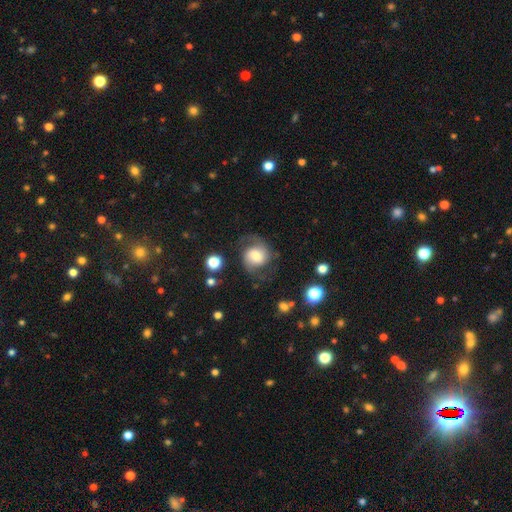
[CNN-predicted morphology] Smooth or featured?
  - featured or disk: 65% *
  - smooth: 27%
  - star or artifact: 8%
Edge-on disk?
  - no: 98% *
  - yes: 2%
Bar?
  - no: 53% *
  - weak: 38%
  - strong: 9%
Spiral arms?
  - yes: 92% *
  - no: 8%
Spiral winding?
  - medium: 49% *
  - loose: 32%
  - tight: 20%
Spiral arm count?
  - 2: 87% *
  - can't tell: 5%
  - 1: 4%
  - 3: 1%
  - 4: 1%
  - more than 4: 1%
Bulge size?
  - moderate: 44% *
  - large: 28%
  - small: 18%
  - dominant: 6%
  - none: 5%
Merging?
  - none: 65% *
  - minor disturbance: 19%
  - major disturbance: 14%
  - merger: 2%